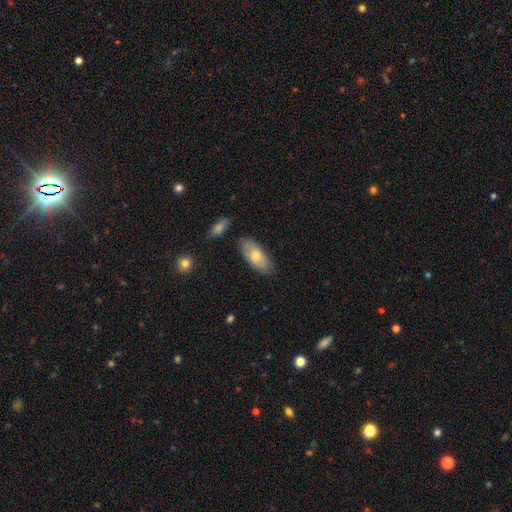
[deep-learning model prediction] A smooth galaxy with no disk features (69%) that is in between round and cigar-shaped (88%).

Vote fractions:
- Smooth or featured? smooth: 69% / featured or disk: 25% / star or artifact: 6%
- How rounded? in between: 88% / cigar-shaped: 10% / round: 2%
- Merging? none: 81% / minor disturbance: 14% / major disturbance: 3% / merger: 2%